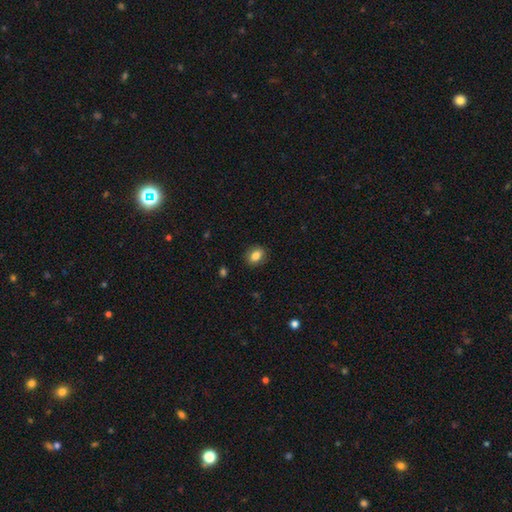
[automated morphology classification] This is clearly a smooth galaxy (84%). How rounded: likely in between (65%). Merging: clearly none (88%).